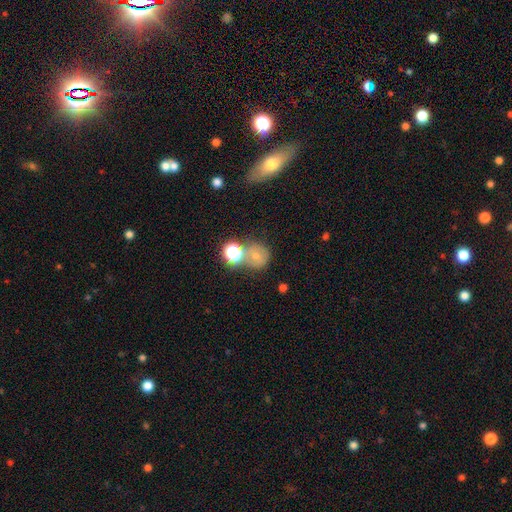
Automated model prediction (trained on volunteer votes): smooth-or-featured: smooth: 61% | star or artifact: 22% | featured or disk: 17%
  how-rounded: round: 82% | in between: 17% | cigar-shaped: 1%
  merging: none: 53% | merger: 27% | minor disturbance: 13% | major disturbance: 7%